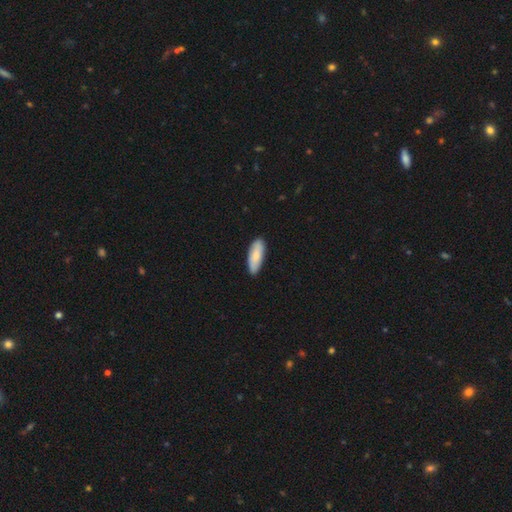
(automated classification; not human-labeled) This appears to be a smooth galaxy with no disk features (82%) that is in between round and cigar-shaped (72%). Merging: none (87%).